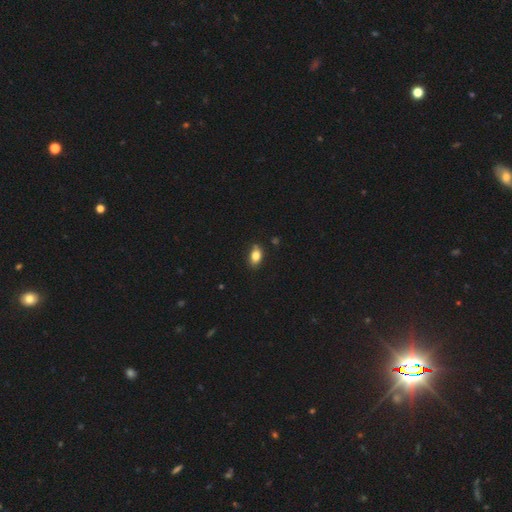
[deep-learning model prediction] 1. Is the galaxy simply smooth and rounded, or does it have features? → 82% smooth, 9% featured or disk, 8% star or artifact.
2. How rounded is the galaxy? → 87% in between, 10% round, 3% cigar-shaped.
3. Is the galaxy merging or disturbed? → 81% none, 15% minor disturbance, 2% major disturbance, 1% merger.